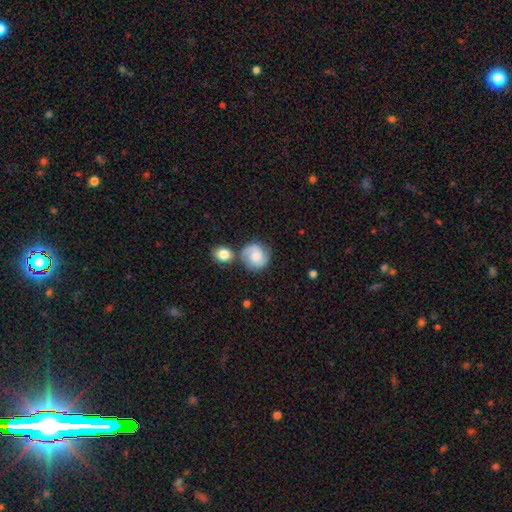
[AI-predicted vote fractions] smooth-or-featured: featured or disk: 55% | smooth: 37% | star or artifact: 8%
  disk-edge-on: no: 98% | yes: 2%
    bar: no: 59% | weak: 35% | strong: 6%
    has-spiral-arms: yes: 90% | no: 10%
    bulge-size: moderate: 54% | small: 25% | large: 11% | none: 7% | dominant: 2%
  merging: none: 60% | minor disturbance: 17% | merger: 17% | major disturbance: 6%